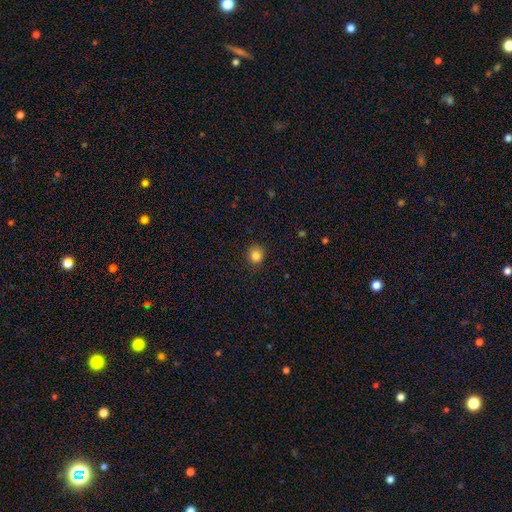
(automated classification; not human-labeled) Smooth or featured: smooth — 84% (star or artifact — 12%)
How rounded: round — 85% (in between — 14%)
Merging: none — 87% (minor disturbance — 10%)